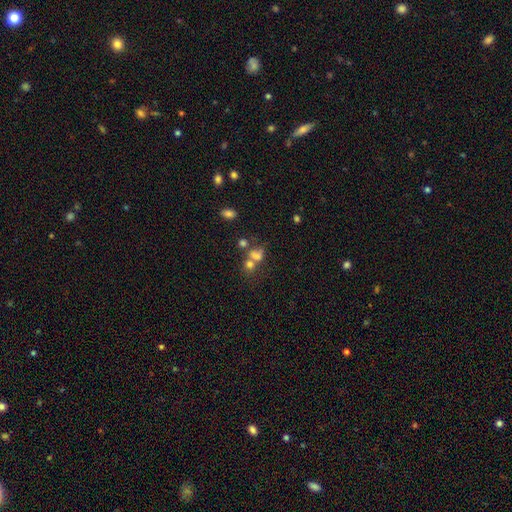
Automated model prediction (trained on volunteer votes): A smooth galaxy with no disk features (66%) that is round (51%). Merging: merger (51%).